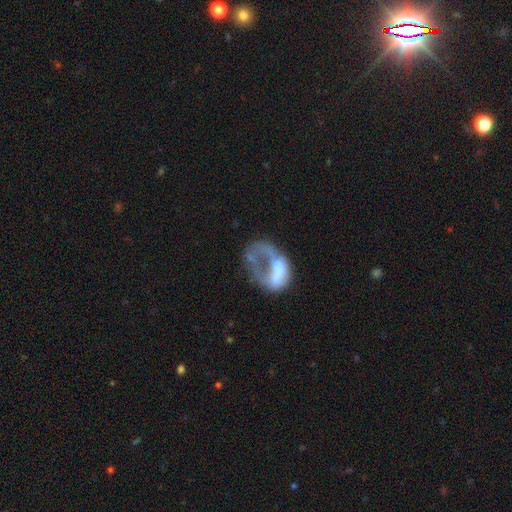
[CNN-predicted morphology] Smooth or featured? featured or disk (47%)
Merging? major disturbance (53%)